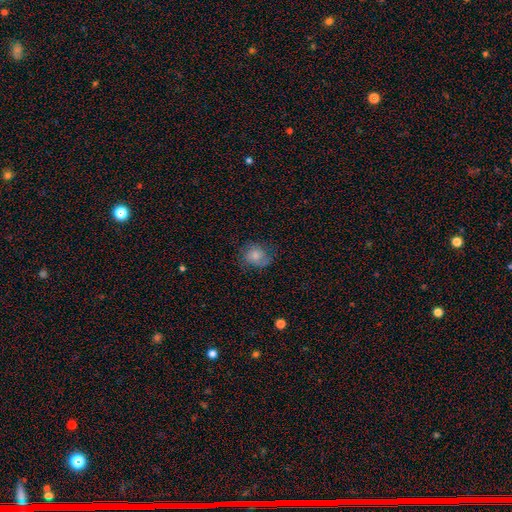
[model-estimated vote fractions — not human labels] Q: Smooth or featured?
A: smooth (71%); runner-up: featured or disk (20%)
Q: How rounded?
A: round (63%); runner-up: in between (36%)
Q: Merging?
A: none (61%); runner-up: minor disturbance (26%)